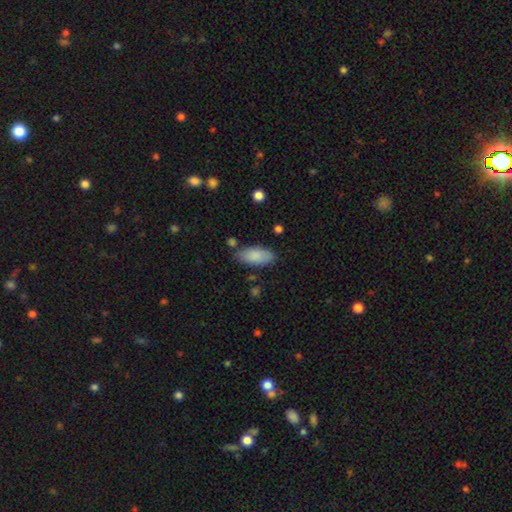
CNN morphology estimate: This is clearly a smooth galaxy (87%). How rounded: clearly in between (87%). Merging: likely none (78%).